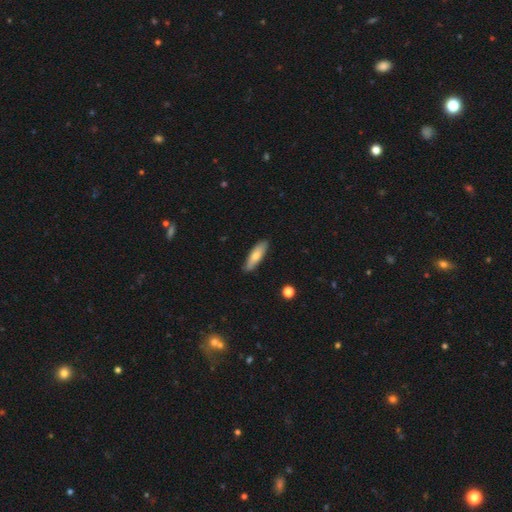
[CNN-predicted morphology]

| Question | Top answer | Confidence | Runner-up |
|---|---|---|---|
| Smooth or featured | smooth | 70% | featured or disk (24%) |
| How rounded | cigar-shaped | 58% | in between (40%) |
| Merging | none | 86% | minor disturbance (11%) |